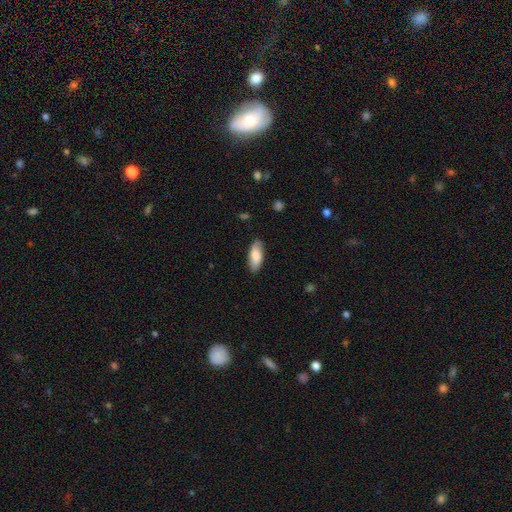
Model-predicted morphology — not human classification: smooth-or-featured: smooth: 81% | featured or disk: 13% | star or artifact: 6%
  how-rounded: in between: 81% | cigar-shaped: 17% | round: 2%
  merging: none: 86% | minor disturbance: 11% | major disturbance: 2% | merger: 1%